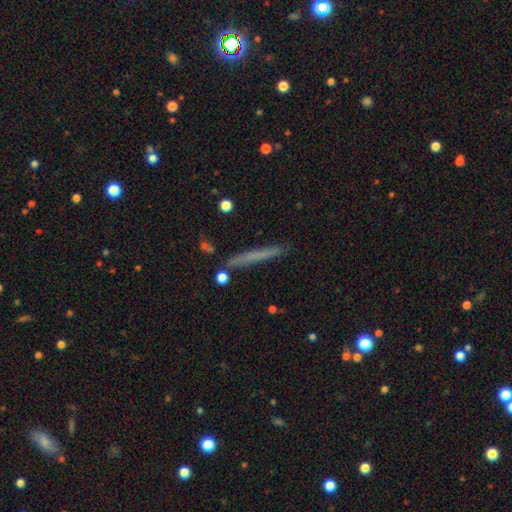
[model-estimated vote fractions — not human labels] smooth-or-featured: smooth: 59% | featured or disk: 33% | star or artifact: 8%
  how-rounded: cigar-shaped: 96% | in between: 2% | round: 2%
  merging: none: 87% | minor disturbance: 9% | merger: 3% | major disturbance: 2%